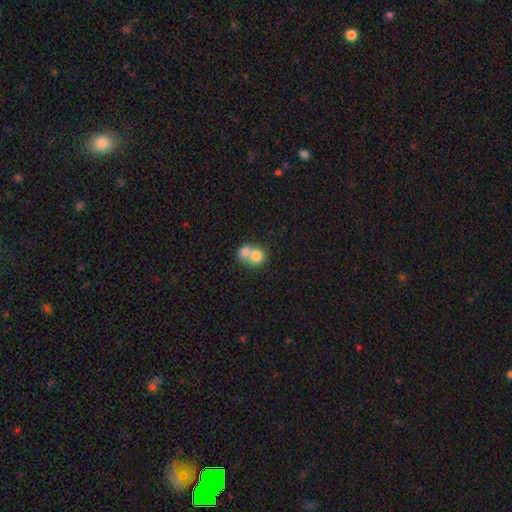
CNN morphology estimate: smooth-or-featured: smooth: 77% | featured or disk: 14% | star or artifact: 9%
  how-rounded: round: 76% | in between: 23% | cigar-shaped: 1%
  merging: merger: 67% | none: 26% | minor disturbance: 5% | major disturbance: 3%